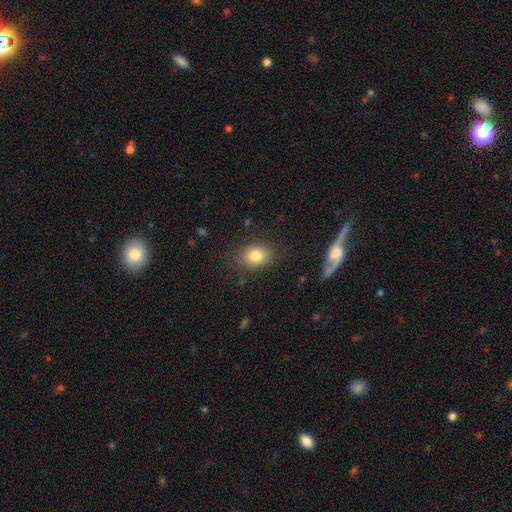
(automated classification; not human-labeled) smooth_or_featured: smooth (p=0.81) [alt: star or artifact p=0.10]
how_rounded: in between (p=0.67) [alt: round p=0.31]
merging: none (p=0.82) [alt: minor disturbance p=0.12]